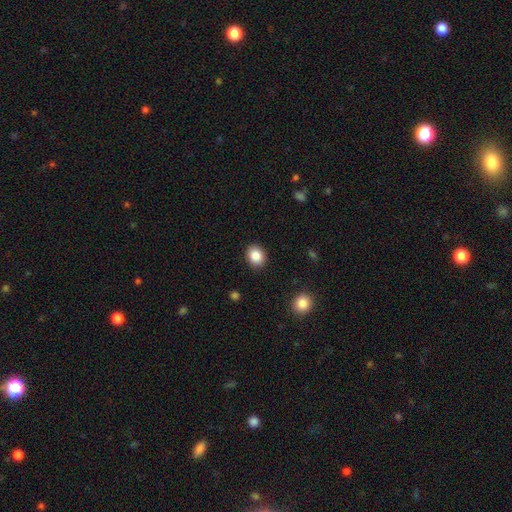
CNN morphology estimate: smooth 86%, star or artifact 9%, featured or disk 5%. Down the decision tree: how rounded — round (55%); merging — none (89%).